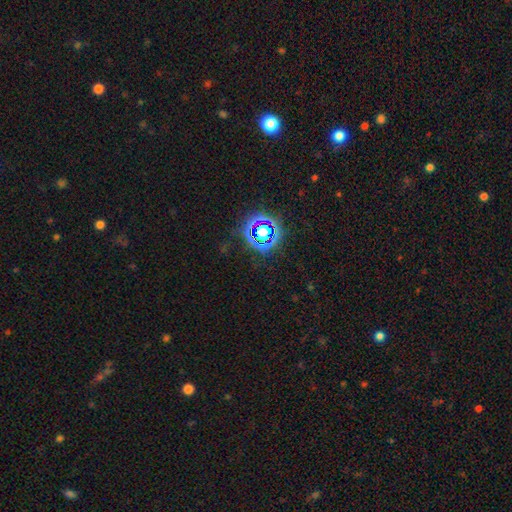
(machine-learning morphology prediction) Q: Smooth or featured?
A: star or artifact (75%); runner-up: smooth (18%)